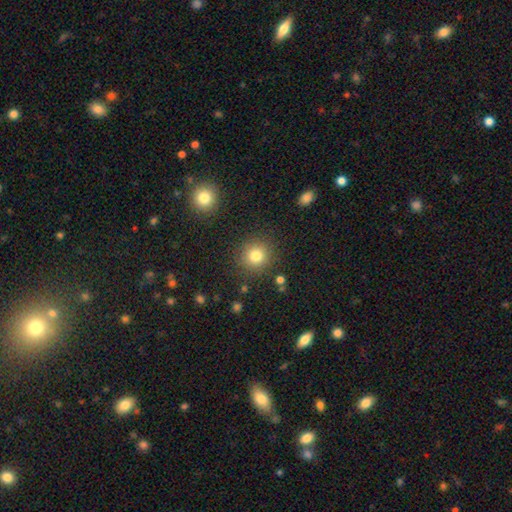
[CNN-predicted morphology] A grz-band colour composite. It shows a smooth galaxy with no disk features (80%) that is round (92%). Merging: none (87%).